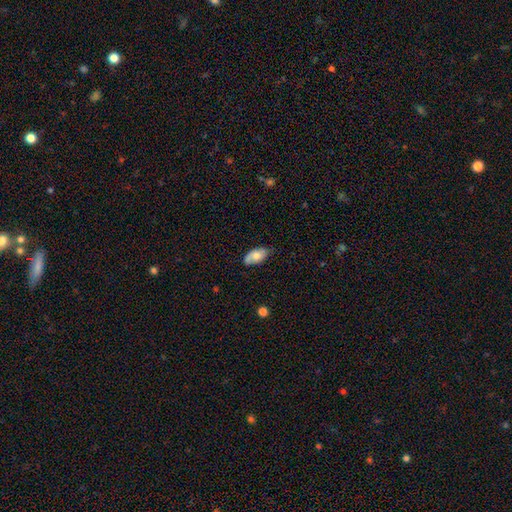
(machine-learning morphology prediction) Smooth or featured? Predicted: smooth (p=0.67). How rounded? Predicted: in between (p=0.93). Merging? Predicted: none (p=0.69).